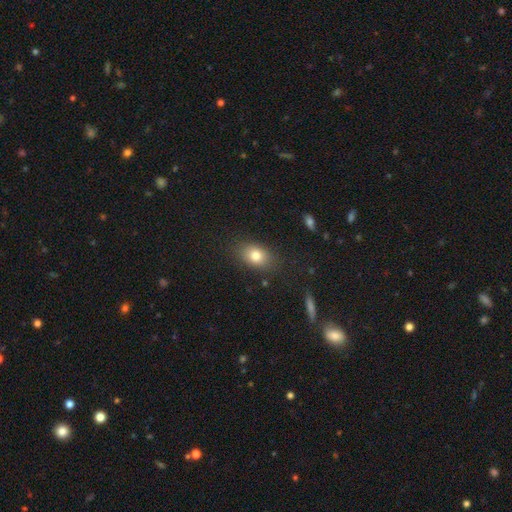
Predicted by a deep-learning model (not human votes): Smooth or featured? smooth (79%)
How rounded? in between (77%)
Merging? none (83%)